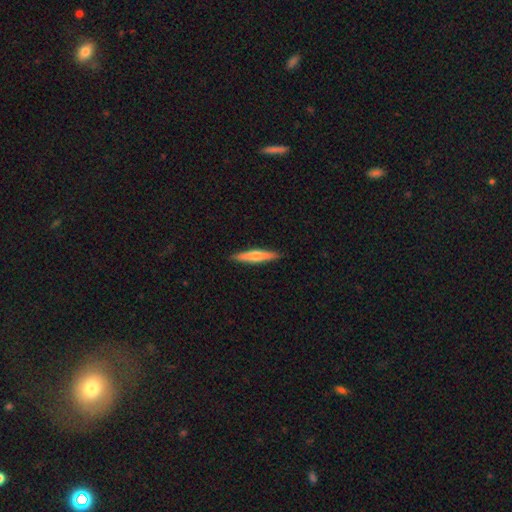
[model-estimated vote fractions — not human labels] Smooth or featured?
  - smooth: 60% *
  - featured or disk: 35%
  - star or artifact: 5%
How rounded?
  - cigar-shaped: 91% *
  - in between: 7%
  - round: 1%
Merging?
  - none: 90% *
  - minor disturbance: 7%
  - major disturbance: 1%
  - merger: 1%